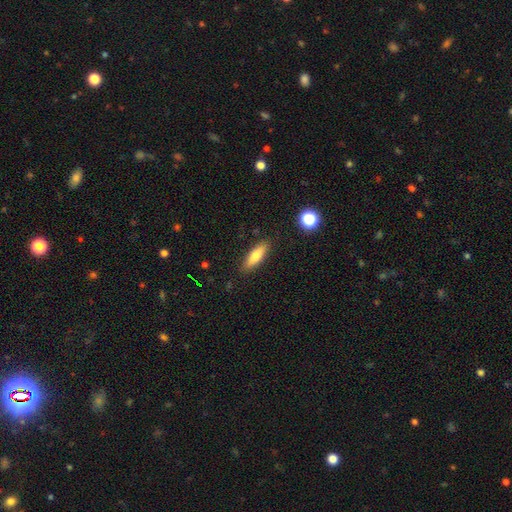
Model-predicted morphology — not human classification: Smooth or featured? smooth (72%)
How rounded? cigar-shaped (56%)
Merging? none (87%)